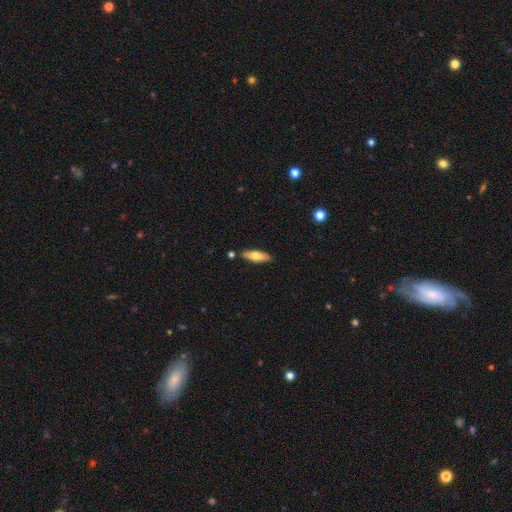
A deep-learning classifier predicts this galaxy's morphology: Smooth or featured: smooth — 65% (featured or disk — 29%)
How rounded: in between — 51% (cigar-shaped — 47%)
Merging: none — 83% (minor disturbance — 11%)